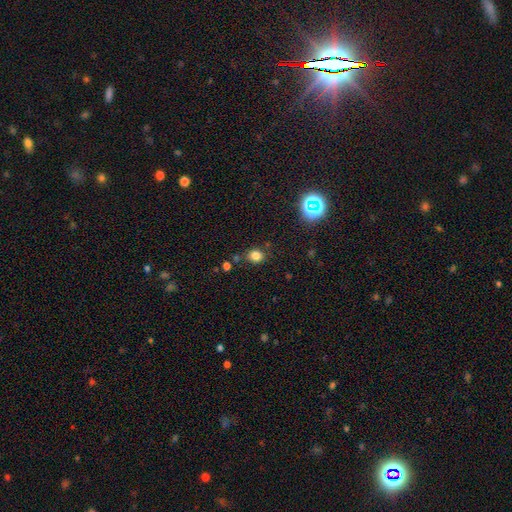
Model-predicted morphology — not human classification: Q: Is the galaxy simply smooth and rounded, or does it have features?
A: smooth — 80%.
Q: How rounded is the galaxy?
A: round — 74%.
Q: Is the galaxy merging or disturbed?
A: none — 79%.